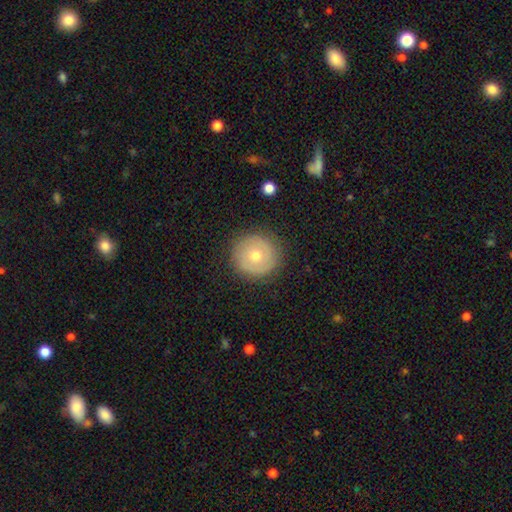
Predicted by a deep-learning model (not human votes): A smooth galaxy with no disk features (47%).

Vote fractions:
- Smooth or featured? smooth: 47% / featured or disk: 44% / star or artifact: 8%
- Merging? none: 87% / minor disturbance: 9% / major disturbance: 3% / merger: 1%